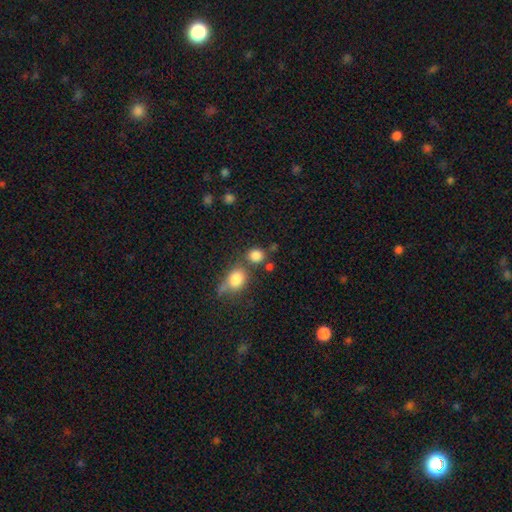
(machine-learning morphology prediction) smooth-or-featured: smooth: 83% | star or artifact: 11% | featured or disk: 5%
  how-rounded: round: 76% | in between: 23% | cigar-shaped: 1%
  merging: none: 63% | merger: 21% | minor disturbance: 10% | major disturbance: 5%